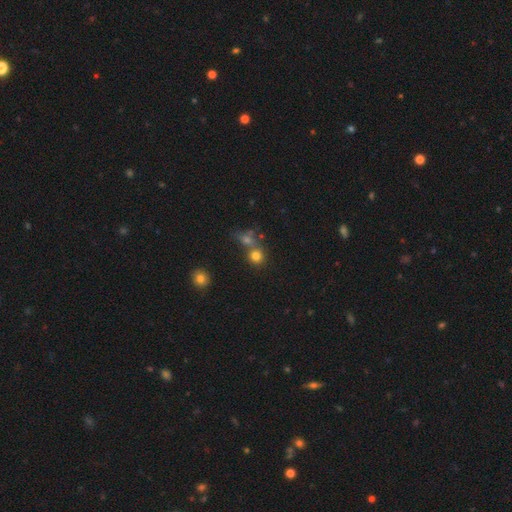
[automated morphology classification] This appears to be a smooth galaxy with no disk features (76%) that is round (86%). Merging: none (54%).